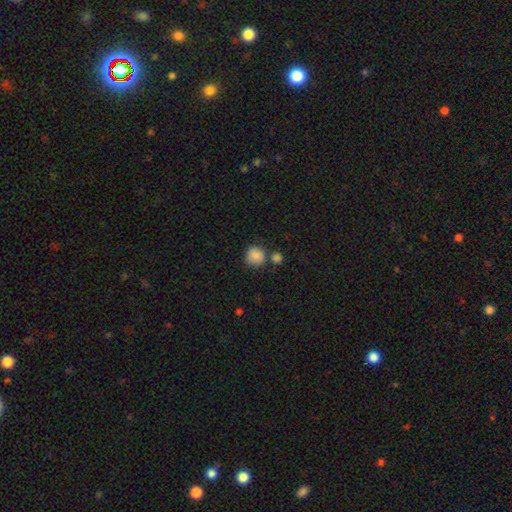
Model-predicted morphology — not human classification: Smooth or featured?
  - smooth: 86% *
  - star or artifact: 9%
  - featured or disk: 5%
How rounded?
  - round: 90% *
  - in between: 9%
  - cigar-shaped: 1%
Merging?
  - none: 67% *
  - merger: 18%
  - minor disturbance: 11%
  - major disturbance: 4%